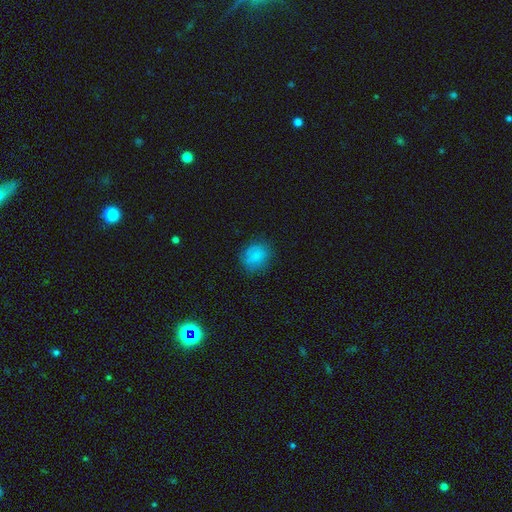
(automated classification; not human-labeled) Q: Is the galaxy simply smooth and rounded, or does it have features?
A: smooth — 81%.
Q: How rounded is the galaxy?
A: round — 70%.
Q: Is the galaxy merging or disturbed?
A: none — 76%.